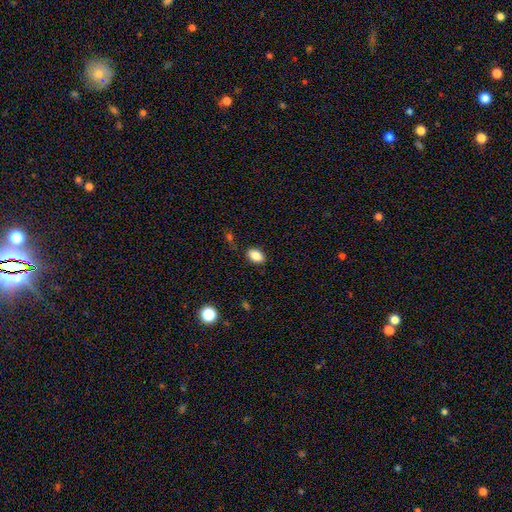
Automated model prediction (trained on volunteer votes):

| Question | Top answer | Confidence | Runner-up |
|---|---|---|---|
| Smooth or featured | smooth | 86% | star or artifact (9%) |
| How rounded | in between | 86% | round (12%) |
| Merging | none | 85% | minor disturbance (11%) |